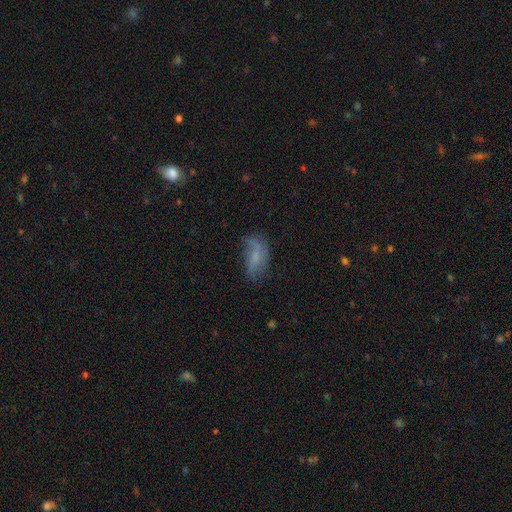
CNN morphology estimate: Overall: smooth (56%; featured or disk 33%). How rounded: in between (87%). Merging: none (46%; minor disturbance 32%).